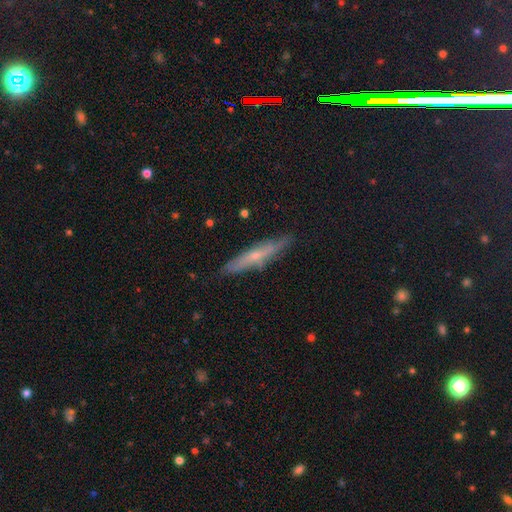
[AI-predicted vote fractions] This appears to be a featured or disk galaxy (54%) viewed edge-on (86%). Merging: none (83%).